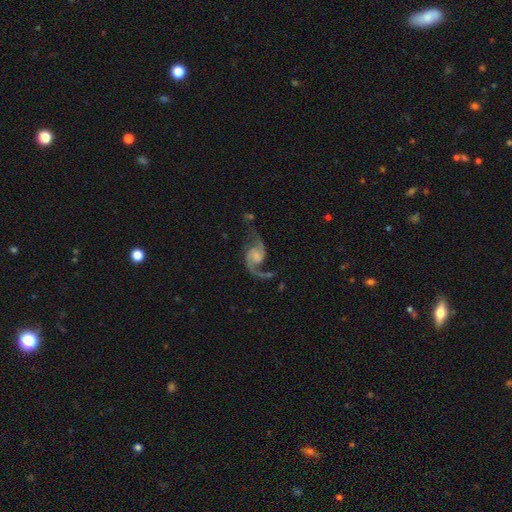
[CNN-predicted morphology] smooth-or-featured: featured or disk: 91% | star or artifact: 5% | smooth: 4%
  disk-edge-on: no: 98% | yes: 2%
    bar: no: 58% | weak: 34% | strong: 8%
    has-spiral-arms: yes: 98% | no: 2%
      spiral-winding: loose: 62% | medium: 32% | tight: 6%
      spiral-arm-count: 2: 93% | 1: 3% | can't tell: 1% | 3: 1% | 4: 1% | more than 4: 1%
    bulge-size: small: 36% | none: 33% | moderate: 21% | large: 8% | dominant: 2%
  merging: none: 61% | minor disturbance: 17% | major disturbance: 16% | merger: 5%